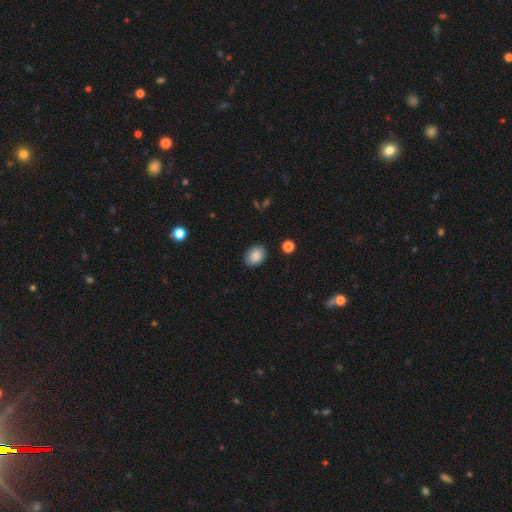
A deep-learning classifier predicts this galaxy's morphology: A smooth galaxy with no disk features (87%) that is in between round and cigar-shaped (71%).

Vote fractions:
- Smooth or featured? smooth: 87% / star or artifact: 8% / featured or disk: 5%
- How rounded? in between: 71% / round: 28% / cigar-shaped: 1%
- Merging? none: 86% / minor disturbance: 10% / major disturbance: 2% / merger: 1%